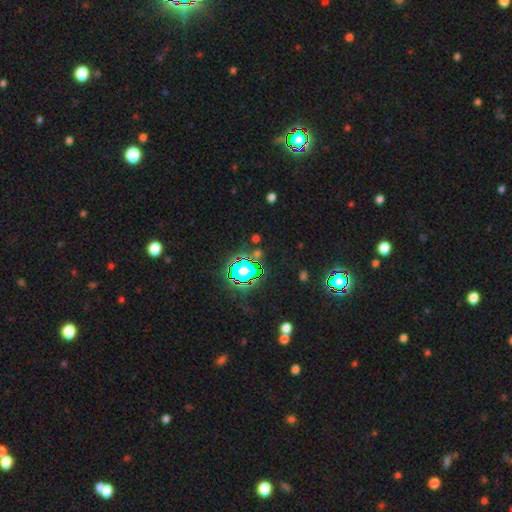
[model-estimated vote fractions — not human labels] Smooth or featured: star or artifact — 73% (smooth — 18%)